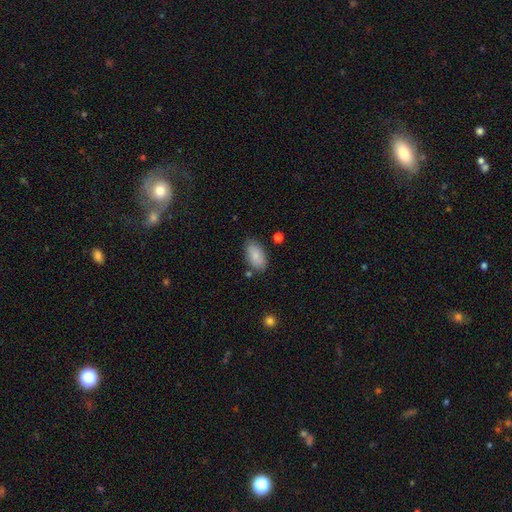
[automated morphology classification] A smooth galaxy with no disk features (83%) that is in between round and cigar-shaped (94%).

Vote fractions:
- Smooth or featured? smooth: 83% / featured or disk: 10% / star or artifact: 7%
- How rounded? in between: 94% / round: 4% / cigar-shaped: 2%
- Merging? none: 79% / minor disturbance: 14% / merger: 3% / major disturbance: 3%